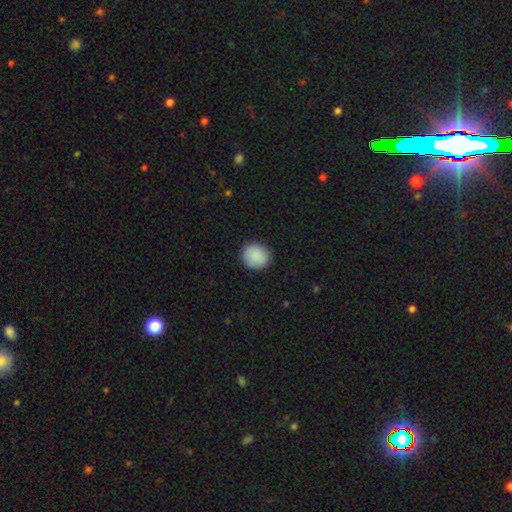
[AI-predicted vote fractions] Q: Smooth or featured?
A: smooth (89%); runner-up: star or artifact (7%)
Q: How rounded?
A: round (83%); runner-up: in between (16%)
Q: Merging?
A: none (89%); runner-up: minor disturbance (8%)